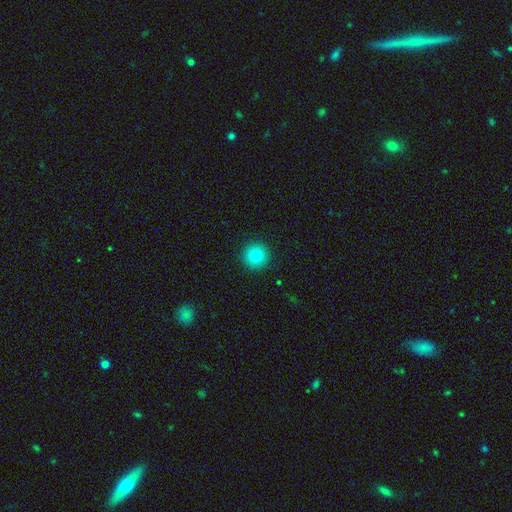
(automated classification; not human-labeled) Smooth or featured?
  - smooth: 82% *
  - star or artifact: 11%
  - featured or disk: 7%
How rounded?
  - round: 96% *
  - in between: 3%
  - cigar-shaped: 1%
Merging?
  - none: 93% *
  - minor disturbance: 5%
  - major disturbance: 2%
  - merger: 1%